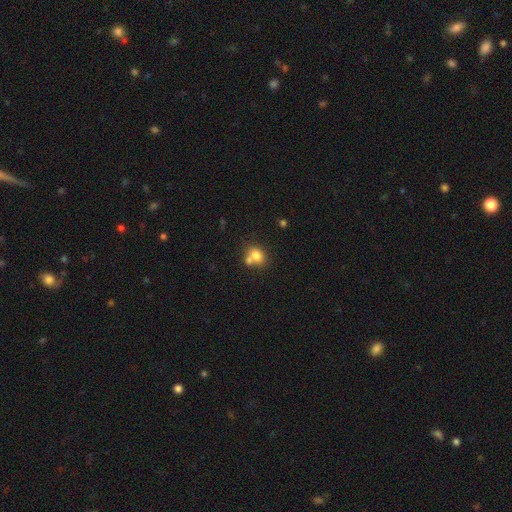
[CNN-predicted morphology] Q: Smooth or featured?
A: smooth (77%); runner-up: featured or disk (12%)
Q: How rounded?
A: in between (50%); runner-up: round (49%)
Q: Merging?
A: merger (44%); runner-up: none (40%)